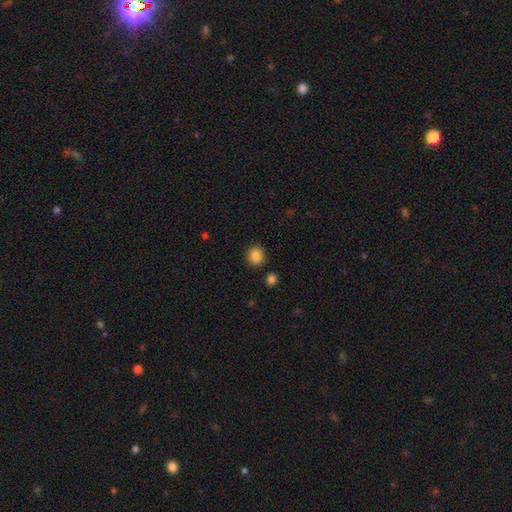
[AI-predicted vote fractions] This is clearly a smooth galaxy (87%). How rounded: likely round (76%). Merging: clearly none (87%).